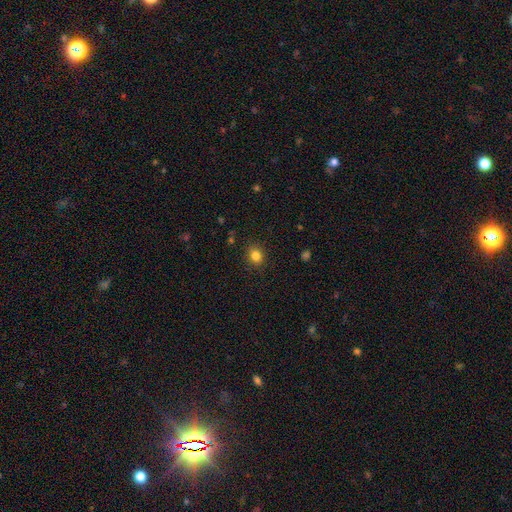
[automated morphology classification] smooth_or_featured: smooth (p=0.82) [alt: star or artifact p=0.12]
how_rounded: round (p=0.63) [alt: in between p=0.36]
merging: none (p=0.88) [alt: minor disturbance p=0.09]